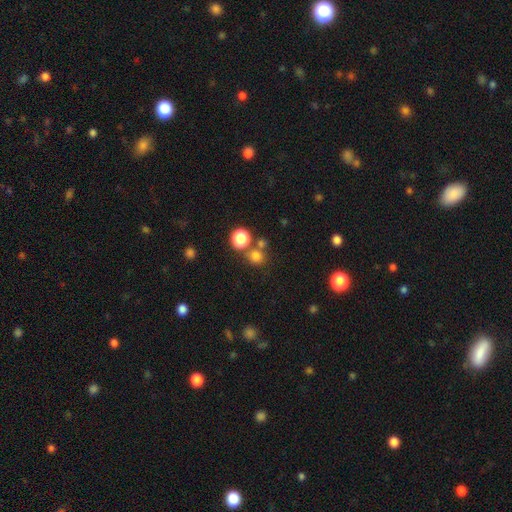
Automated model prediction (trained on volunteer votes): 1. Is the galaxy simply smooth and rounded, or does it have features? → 74% smooth, 19% star or artifact, 7% featured or disk.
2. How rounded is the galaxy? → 88% round, 11% in between, 1% cigar-shaped.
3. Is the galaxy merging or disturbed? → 67% none, 21% merger, 8% minor disturbance, 4% major disturbance.